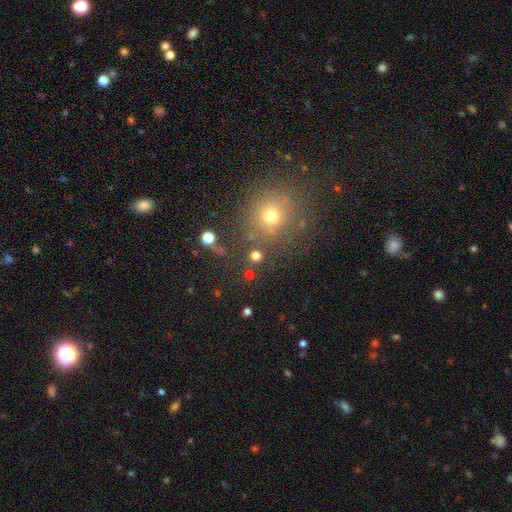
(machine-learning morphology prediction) Q: Smooth or featured?
A: smooth (70%); runner-up: star or artifact (23%)
Q: How rounded?
A: round (91%); runner-up: in between (8%)
Q: Merging?
A: none (80%); runner-up: merger (8%)